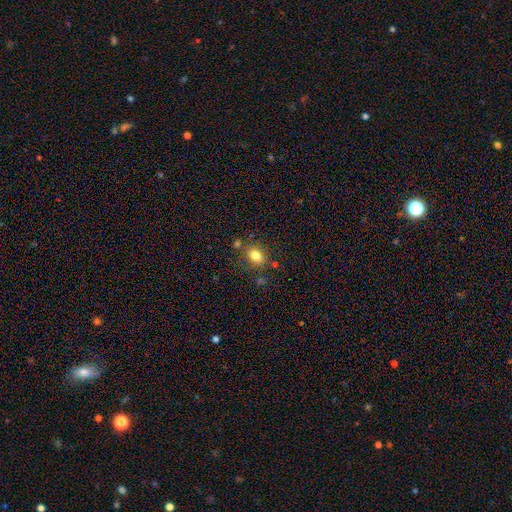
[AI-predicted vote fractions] Smooth or featured: smooth — 80% (star or artifact — 11%)
How rounded: in between — 64% (round — 34%)
Merging: none — 73% (minor disturbance — 14%)